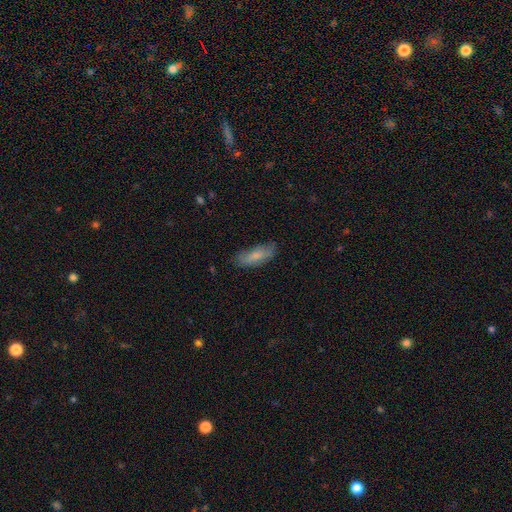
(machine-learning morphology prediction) Smooth or featured? smooth (74%)
How rounded? in between (67%)
Merging? none (75%)